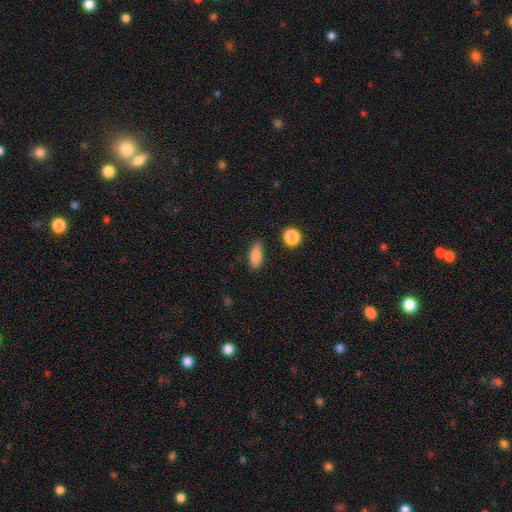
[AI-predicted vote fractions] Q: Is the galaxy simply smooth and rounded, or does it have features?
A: smooth — 86%.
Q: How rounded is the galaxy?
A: in between — 80%.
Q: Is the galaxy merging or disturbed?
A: none — 81%.